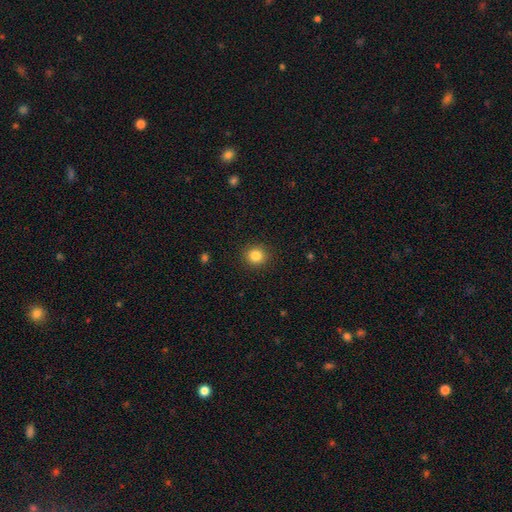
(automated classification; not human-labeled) This is clearly a smooth galaxy (84%). How rounded: clearly round (89%). Merging: clearly none (91%).